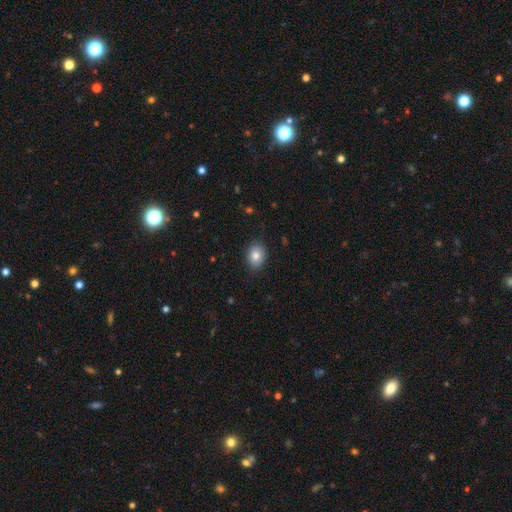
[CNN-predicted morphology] Smooth or featured?
  - smooth: 81% *
  - featured or disk: 10%
  - star or artifact: 9%
How rounded?
  - in between: 66% *
  - round: 33%
  - cigar-shaped: 1%
Merging?
  - none: 85% *
  - minor disturbance: 11%
  - major disturbance: 2%
  - merger: 1%